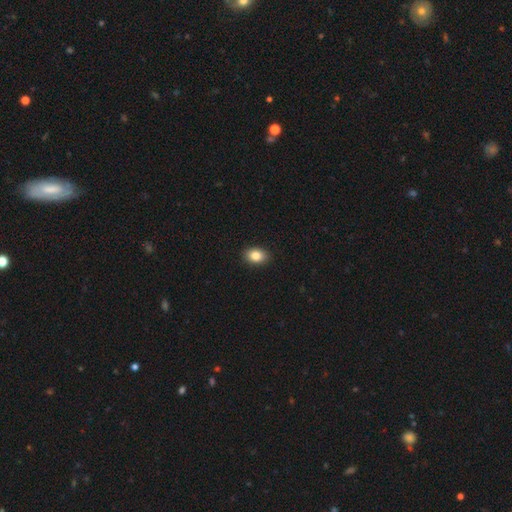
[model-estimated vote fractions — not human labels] Smooth or featured: smooth — 85% (star or artifact — 9%)
How rounded: in between — 78% (round — 21%)
Merging: none — 91% (minor disturbance — 7%)